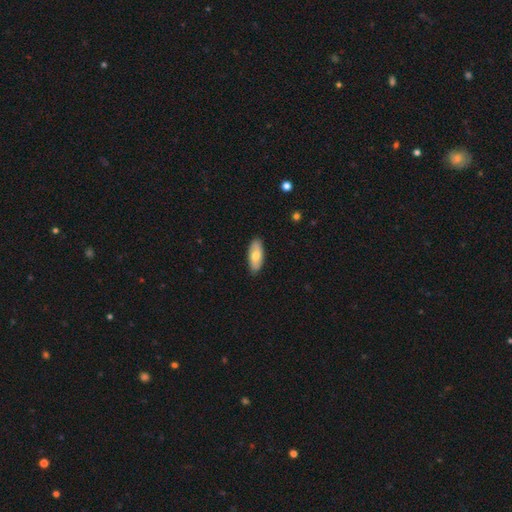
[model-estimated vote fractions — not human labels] This appears to be a smooth galaxy with no disk features (74%) that is in between round and cigar-shaped (83%). Merging: none (88%).